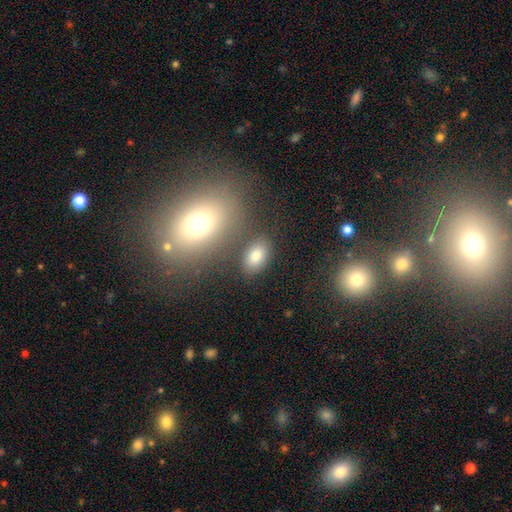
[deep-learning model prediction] smooth 80%, star or artifact 11%, featured or disk 9%. Down the decision tree: how rounded — in between (87%); merging — none (77%).